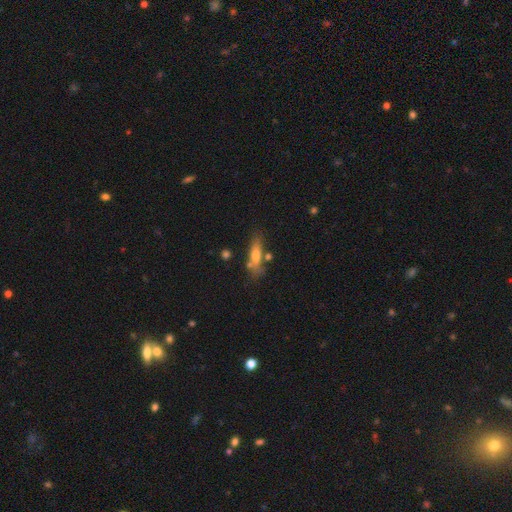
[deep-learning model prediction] Overall: smooth (59%; featured or disk 32%). How rounded: cigar-shaped (55%; in between 41%). Merging: none (56%; minor disturbance 21%).